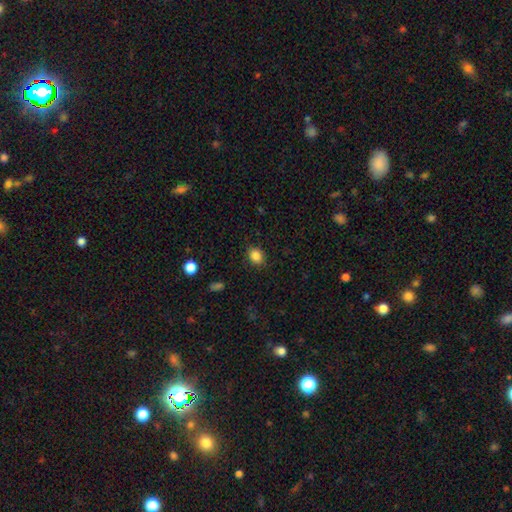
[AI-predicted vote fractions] Overall: smooth (85%). How rounded: round (56%; in between 44%). Merging: none (86%).